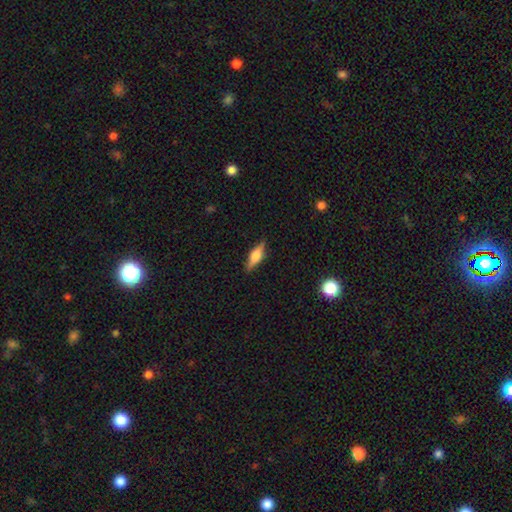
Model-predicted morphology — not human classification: Overall: featured or disk (55%; smooth 38%). Edge-on disk: yes (95%). Edge-on bulge: rounded (84%). Merging: none (87%).